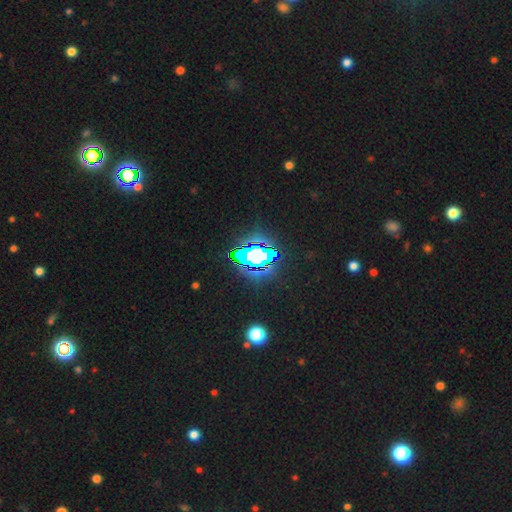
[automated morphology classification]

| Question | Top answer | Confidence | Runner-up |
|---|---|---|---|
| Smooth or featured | star or artifact | 64% | smooth (19%) |